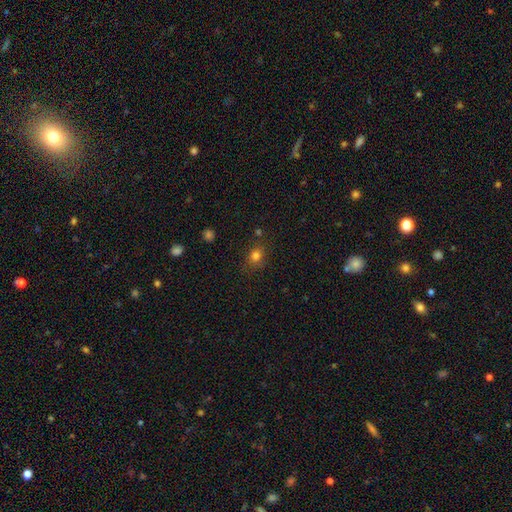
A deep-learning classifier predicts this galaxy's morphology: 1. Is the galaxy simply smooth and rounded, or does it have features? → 79% smooth, 14% star or artifact, 7% featured or disk.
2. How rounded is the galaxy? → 60% round, 38% in between, 1% cigar-shaped.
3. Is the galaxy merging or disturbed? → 78% none, 14% minor disturbance, 4% major disturbance, 4% merger.